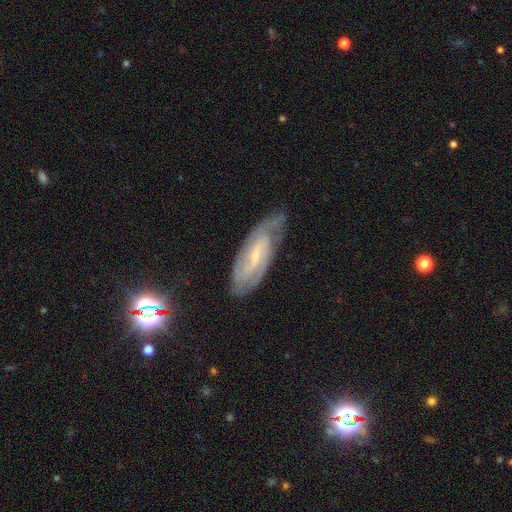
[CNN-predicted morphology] smooth_or_featured: featured or disk (p=0.81) [alt: smooth p=0.12]
disk_edge_on: no (p=0.90) [alt: yes p=0.10]
bar: weak (p=0.48) [alt: no p=0.31]
has_spiral_arms: yes (p=0.95) [alt: no p=0.05]
spiral_winding: tight (p=0.47) [alt: medium p=0.41]
spiral_arm_count: 2 (p=0.50) [alt: can't tell p=0.26]
bulge_size: small (p=0.74) [alt: moderate p=0.17]
merging: none (p=0.71) [alt: minor disturbance p=0.22]